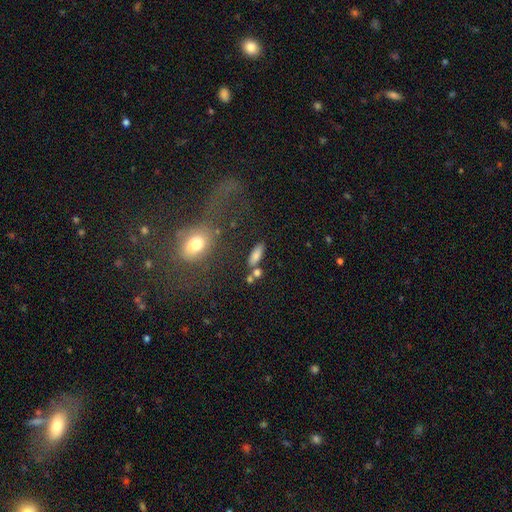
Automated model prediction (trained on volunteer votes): Smooth or featured: smooth — 77% (featured or disk — 13%)
How rounded: in between — 59% (cigar-shaped — 35%)
Merging: none — 67% (merger — 14%)